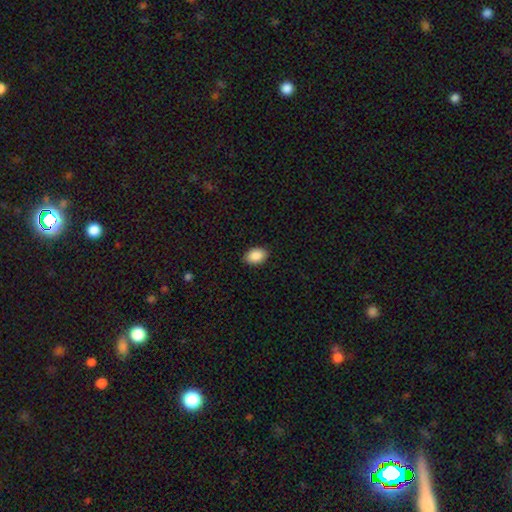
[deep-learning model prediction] smooth_or_featured: smooth (p=0.90) [alt: star or artifact p=0.07]
how_rounded: in between (p=0.87) [alt: round p=0.12]
merging: none (p=0.88) [alt: minor disturbance p=0.09]